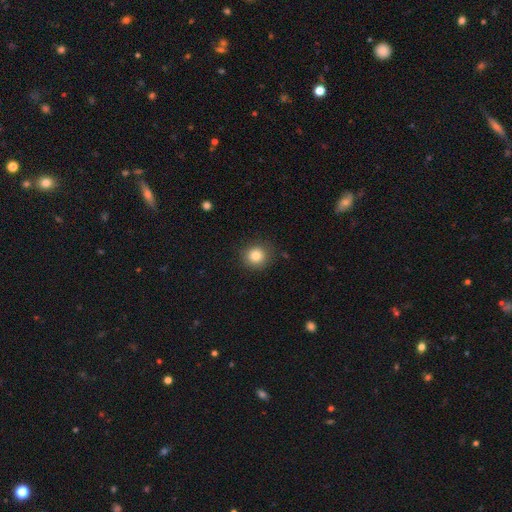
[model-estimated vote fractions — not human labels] The model was most divided on "smooth or featured": smooth: 82%, star or artifact: 11%, featured or disk: 7%. More confident: how rounded — round (91%); merging — none (87%).